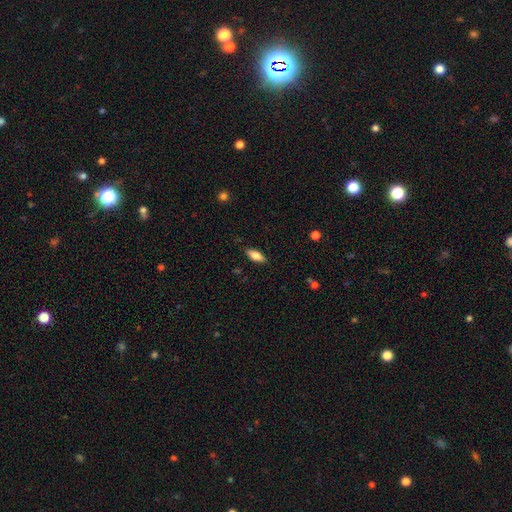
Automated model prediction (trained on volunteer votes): Morphology: type=smooth (77%); roundness=in between (77%); merging=none (86%).